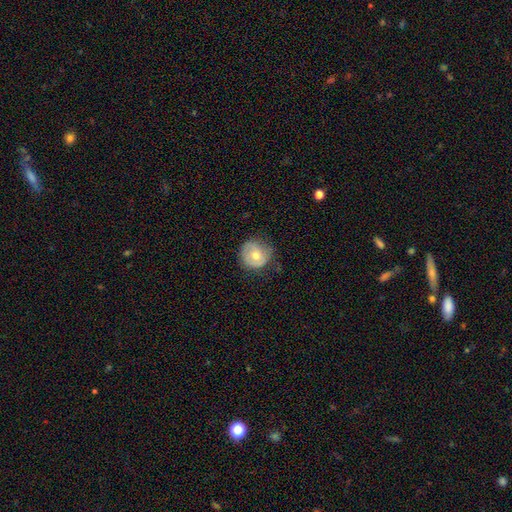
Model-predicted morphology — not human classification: Smooth or featured?
  - smooth: 56% *
  - featured or disk: 36%
  - star or artifact: 8%
How rounded?
  - round: 89% *
  - in between: 10%
  - cigar-shaped: 1%
Merging?
  - none: 66% *
  - minor disturbance: 25%
  - major disturbance: 7%
  - merger: 1%